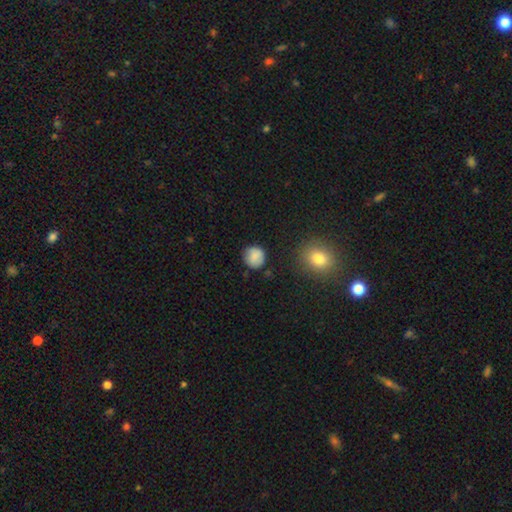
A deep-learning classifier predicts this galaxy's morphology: smooth_or_featured: smooth (p=0.83) [alt: star or artifact p=0.09]
how_rounded: round (p=0.90) [alt: in between p=0.09]
merging: none (p=0.80) [alt: minor disturbance p=0.14]